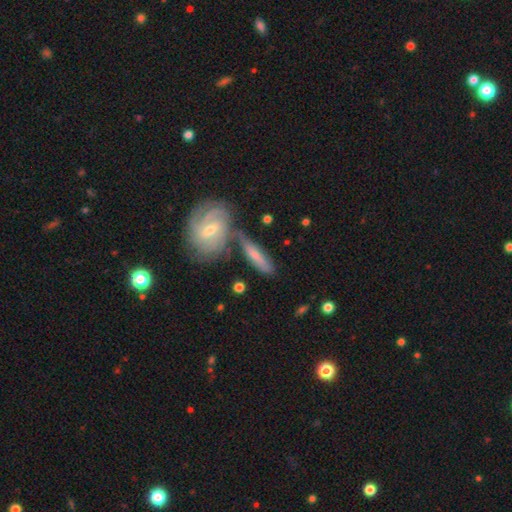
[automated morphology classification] Smooth or featured? smooth (47%)
Merging? none (57%)